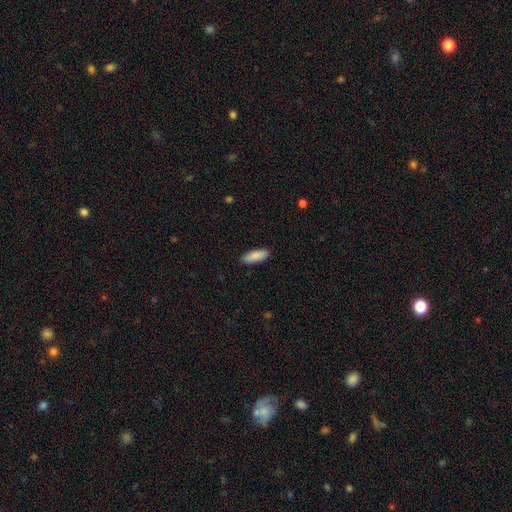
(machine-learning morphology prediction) Smooth or featured? Predicted: smooth (p=0.89). How rounded? Predicted: in between (p=0.66). Merging? Predicted: none (p=0.90).